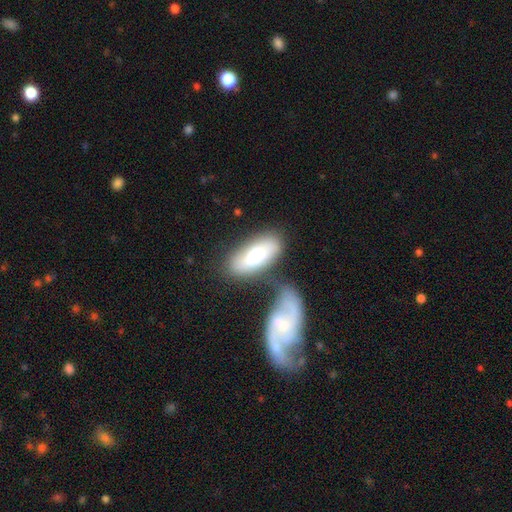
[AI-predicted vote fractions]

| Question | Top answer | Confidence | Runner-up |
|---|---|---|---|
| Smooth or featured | smooth | 75% | featured or disk (19%) |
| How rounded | in between | 85% | cigar-shaped (13%) |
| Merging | none | 48% | merger (28%) |